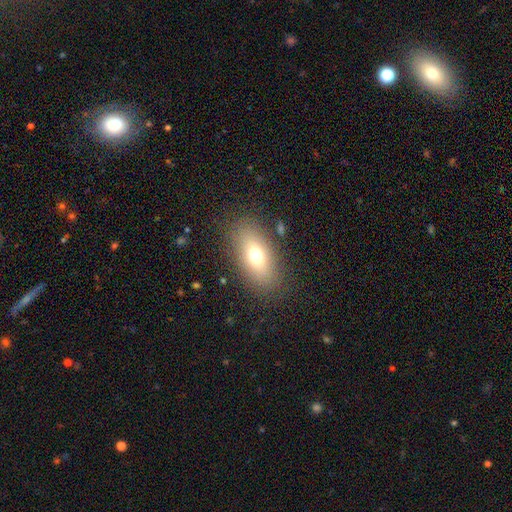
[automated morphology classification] smooth 70%, featured or disk 19%, star or artifact 11%. Down the decision tree: how rounded — in between (86%); merging — none (84%).